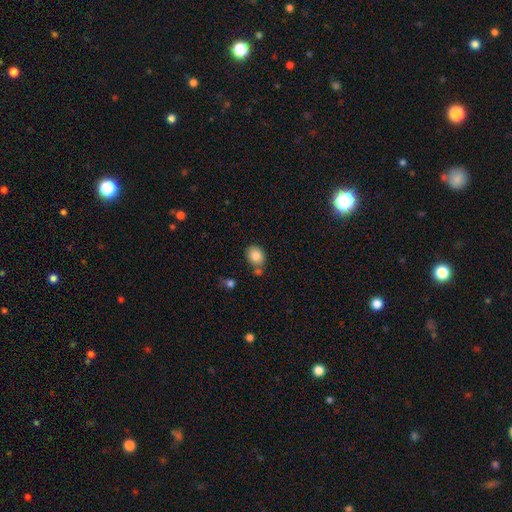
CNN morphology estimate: This appears to be a smooth galaxy with no disk features (83%) that is in between round and cigar-shaped (50%). Merging: none (65%).